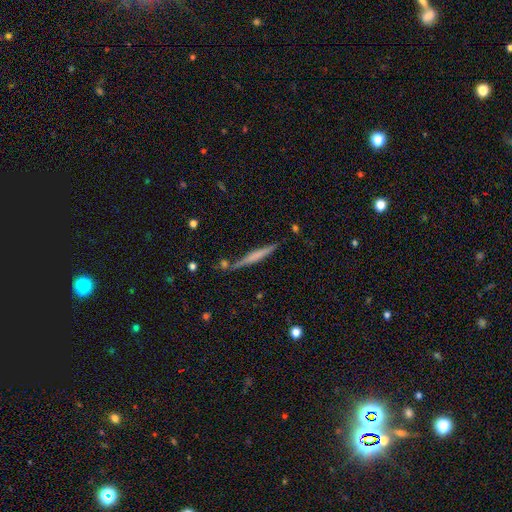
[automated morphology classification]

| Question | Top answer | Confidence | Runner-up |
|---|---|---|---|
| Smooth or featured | featured or disk | 51% | smooth (43%) |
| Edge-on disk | yes | 97% | no (3%) |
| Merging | none | 82% | minor disturbance (11%) |